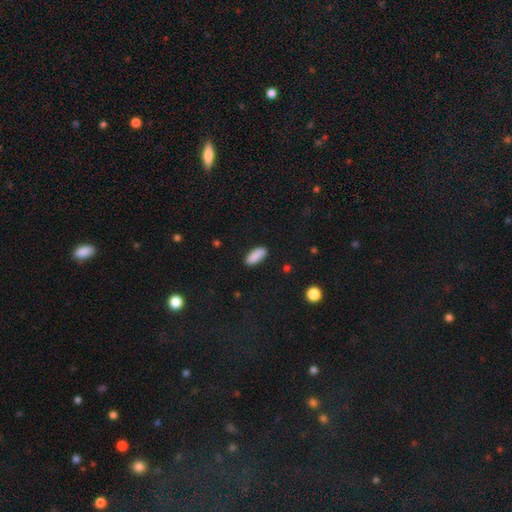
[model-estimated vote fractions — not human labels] Morphology: type=smooth (90%); roundness=in between (80%); merging=none (89%).